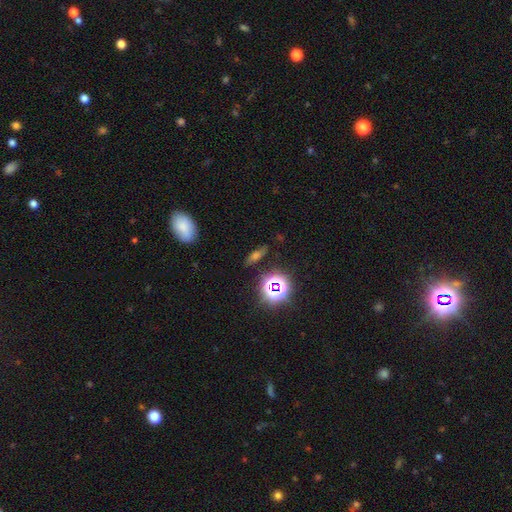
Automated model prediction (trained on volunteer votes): This is possibly a smooth galaxy (46%). Merging: clearly none (83%).